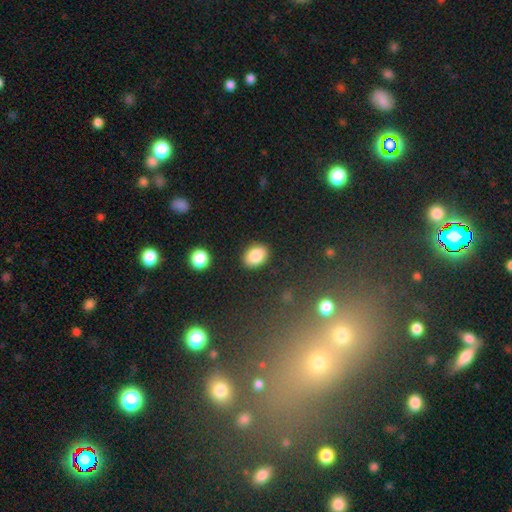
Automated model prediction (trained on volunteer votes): Morphology: type=smooth (86%); roundness=in between (73%); merging=none (87%).